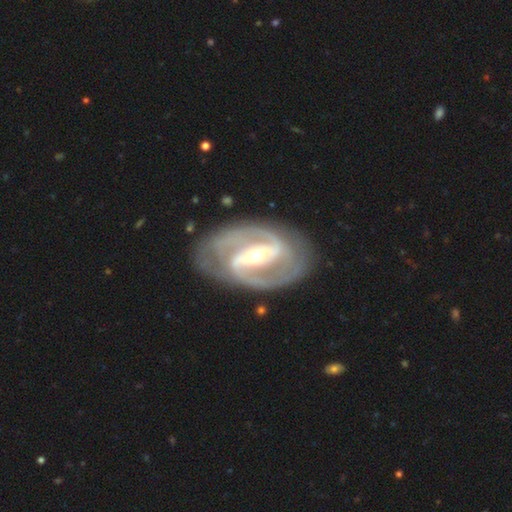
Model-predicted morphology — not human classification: The model was most divided on "spiral winding": tight: 45%, medium: 44%, loose: 11%. Remaining: edge-on disk — no (96%); spiral arms — yes (95%); smooth or featured — featured or disk (90%); spiral arm count — 2 (84%); merging — none (81%); bar — strong (65%); bulge size — moderate (49%).